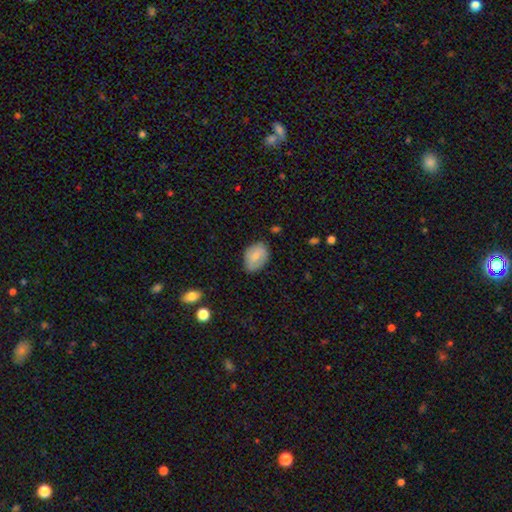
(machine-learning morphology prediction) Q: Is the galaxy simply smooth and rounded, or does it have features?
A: smooth — 76%.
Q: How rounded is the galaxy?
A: in between — 79%.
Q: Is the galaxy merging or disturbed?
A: none — 72%.